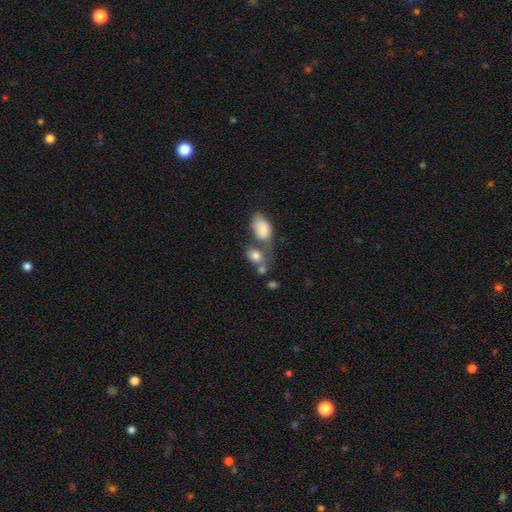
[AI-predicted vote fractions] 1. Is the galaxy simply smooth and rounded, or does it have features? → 79% smooth, 12% featured or disk, 9% star or artifact.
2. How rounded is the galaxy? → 70% in between, 27% round, 2% cigar-shaped.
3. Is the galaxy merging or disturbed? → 47% merger, 31% none, 12% minor disturbance, 9% major disturbance.